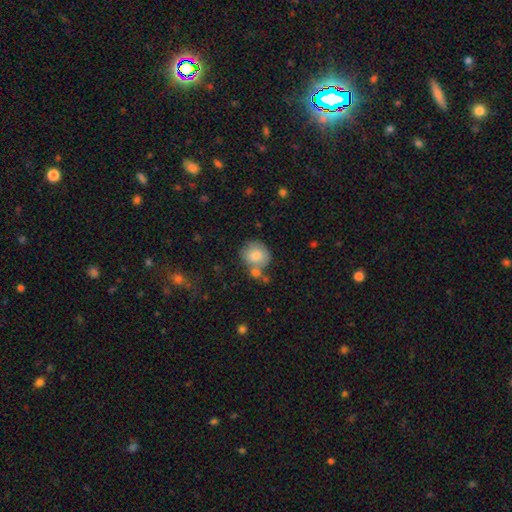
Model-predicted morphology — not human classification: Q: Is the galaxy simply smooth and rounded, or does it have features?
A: smooth — 77%.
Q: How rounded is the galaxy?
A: round — 84%.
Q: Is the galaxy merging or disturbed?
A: none — 55%.